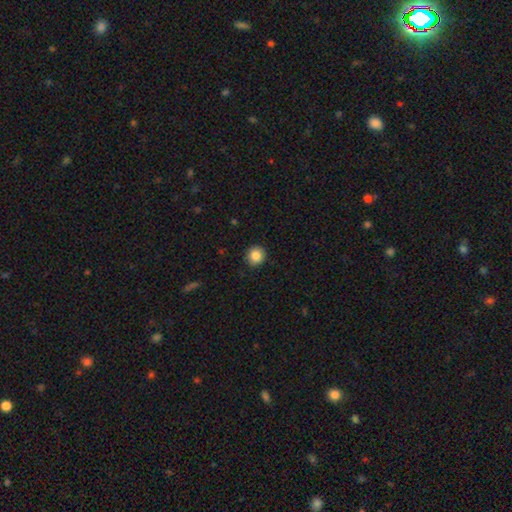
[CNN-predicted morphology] Smooth or featured? smooth (86%)
How rounded? round (91%)
Merging? none (91%)